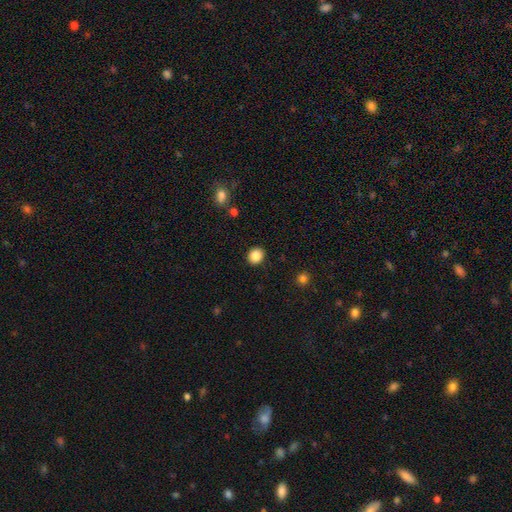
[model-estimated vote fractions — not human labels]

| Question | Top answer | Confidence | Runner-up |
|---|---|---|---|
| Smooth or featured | smooth | 86% | star or artifact (9%) |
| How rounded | round | 71% | in between (29%) |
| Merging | none | 91% | minor disturbance (6%) |